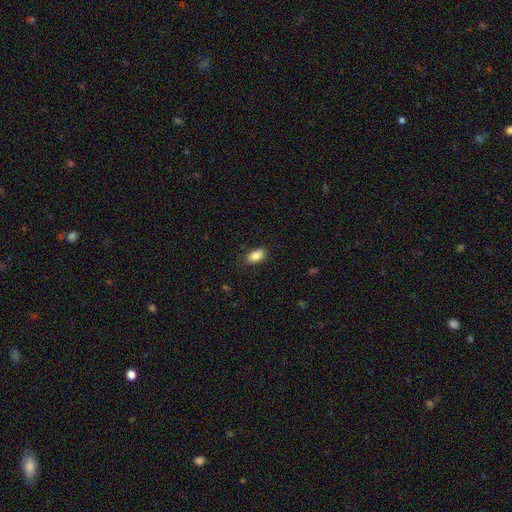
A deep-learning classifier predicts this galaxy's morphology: Overall: smooth (87%). How rounded: in between (91%). Merging: none (81%).